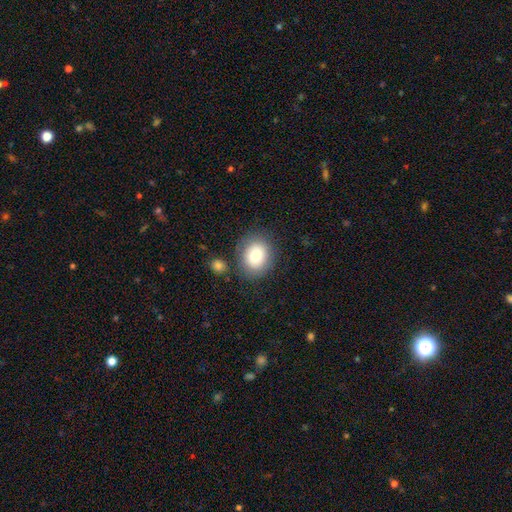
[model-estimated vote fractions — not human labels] A smooth galaxy with no disk features (83%) that is round (52%).

Vote fractions:
- Smooth or featured? smooth: 83% / featured or disk: 9% / star or artifact: 8%
- How rounded? round: 52% / in between: 47% / cigar-shaped: 1%
- Merging? none: 79% / minor disturbance: 12% / merger: 5% / major disturbance: 4%